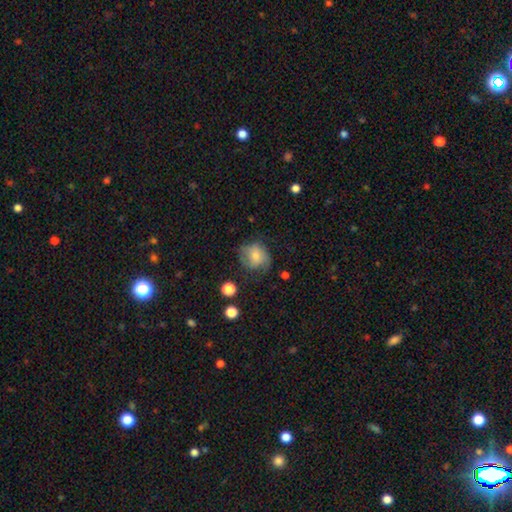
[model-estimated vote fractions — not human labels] smooth 55%, featured or disk 37%, star or artifact 8%. Down the decision tree: how rounded — round (70%); merging — none (56%).